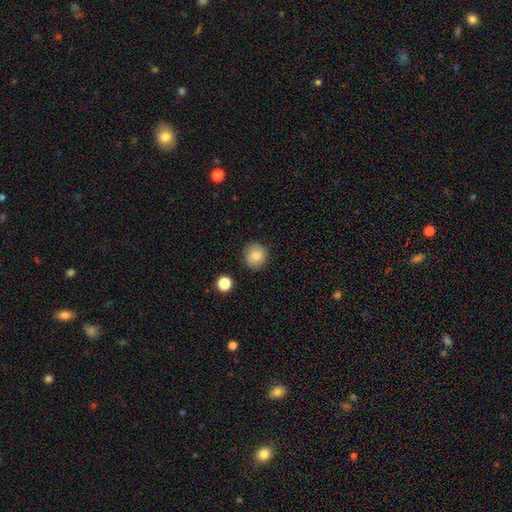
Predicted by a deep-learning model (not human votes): Q: Smooth or featured?
A: smooth (85%); runner-up: star or artifact (9%)
Q: How rounded?
A: round (92%); runner-up: in between (7%)
Q: Merging?
A: none (89%); runner-up: minor disturbance (7%)